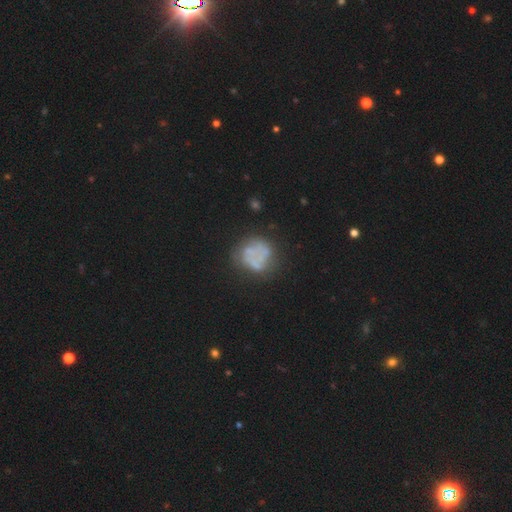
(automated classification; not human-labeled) smooth_or_featured: featured or disk (p=0.51) [alt: smooth p=0.36]
disk_edge_on: no (p=0.98) [alt: yes p=0.02]
merging: none (p=0.55) [alt: minor disturbance p=0.20]